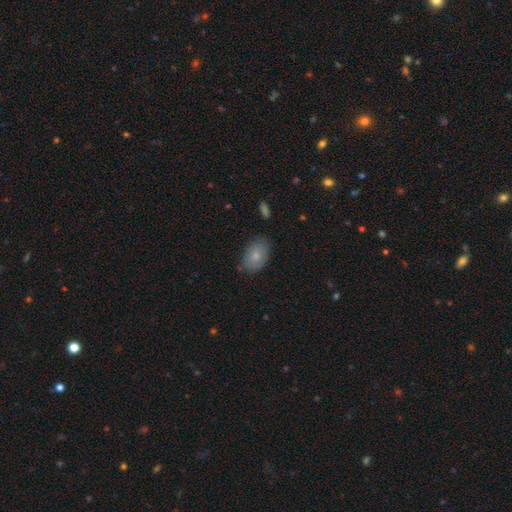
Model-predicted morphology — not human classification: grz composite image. It shows a smooth galaxy with no disk features (77%) that is in between round and cigar-shaped (89%). Merging: none (73%).